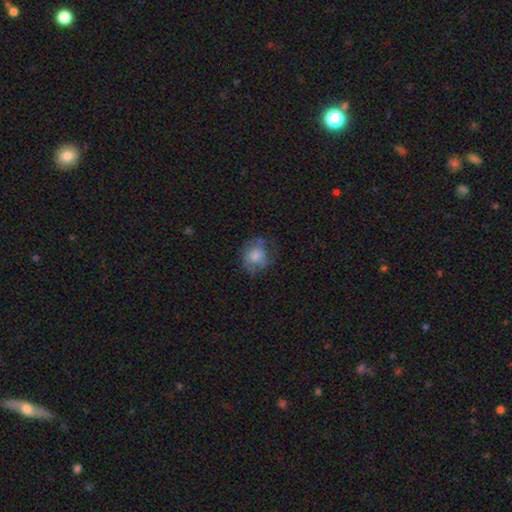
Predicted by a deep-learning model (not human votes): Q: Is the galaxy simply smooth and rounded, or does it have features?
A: smooth — 67%.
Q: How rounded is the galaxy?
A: round — 67%.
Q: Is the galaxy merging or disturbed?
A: none — 50%.